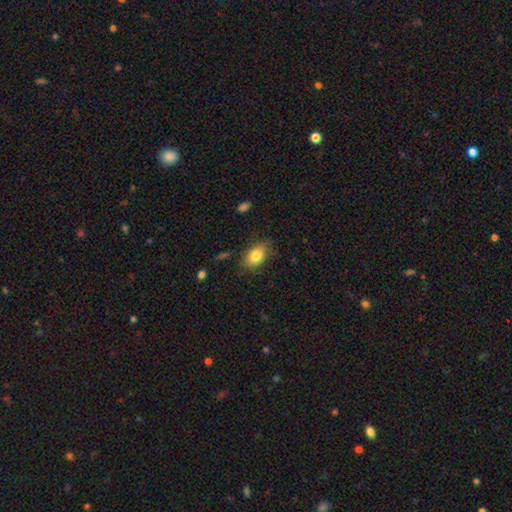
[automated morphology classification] Smooth or featured: smooth — 82% (featured or disk — 11%)
How rounded: in between — 86% (round — 12%)
Merging: none — 80% (minor disturbance — 15%)